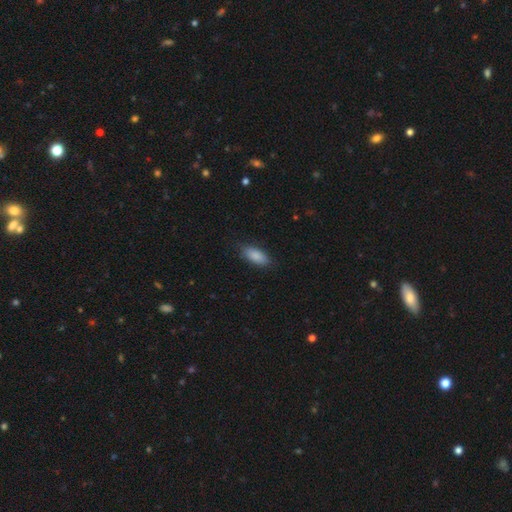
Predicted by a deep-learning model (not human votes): Smooth or featured? smooth (87%)
How rounded? in between (84%)
Merging? none (83%)